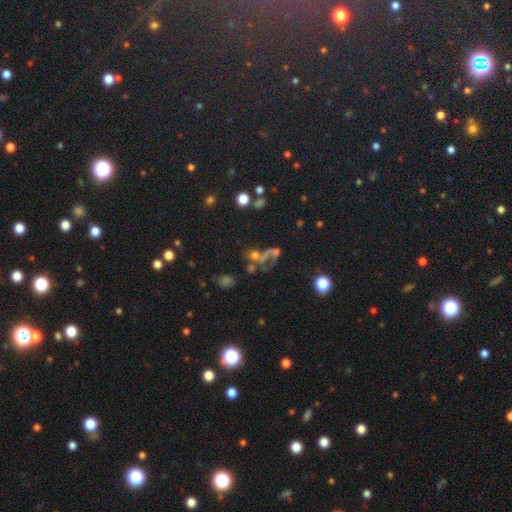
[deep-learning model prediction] A smooth galaxy with no disk features (39%).

Vote fractions:
- Smooth or featured? smooth: 39% / star or artifact: 31% / featured or disk: 30%
- Merging? merger: 35% / none: 27% / major disturbance: 27% / minor disturbance: 11%